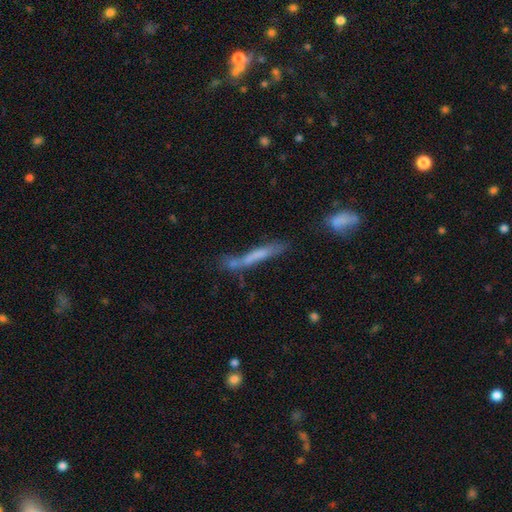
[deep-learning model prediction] smooth-or-featured: smooth: 56% | featured or disk: 35% | star or artifact: 9%
  how-rounded: cigar-shaped: 92% | in between: 6% | round: 2%
  merging: none: 50% | minor disturbance: 21% | merger: 18% | major disturbance: 11%